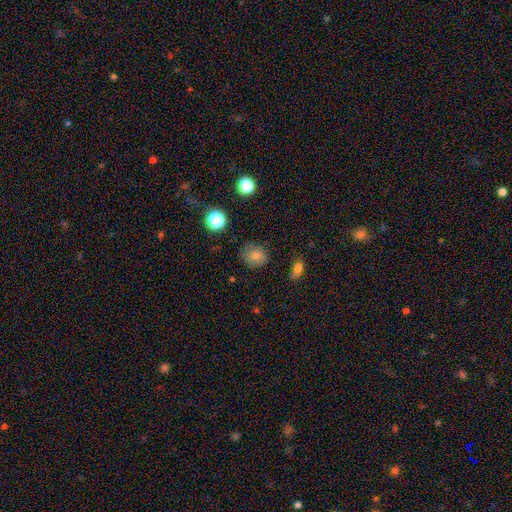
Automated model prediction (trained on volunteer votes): The model was most divided on "how rounded": round: 74%, in between: 25%, cigar-shaped: 1%. More confident: smooth or featured — smooth (80%); merging — none (77%).